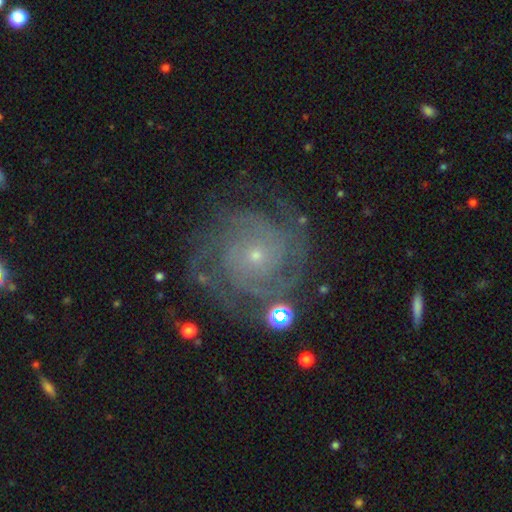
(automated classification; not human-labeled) Morphology: type=featured or disk (85%); edge-on=no (98%); bar=no (81%); spiral arms=yes (96%); winding=tight (73%); arm count=can't tell (27%); bulge=small (82%); merging=none (73%).